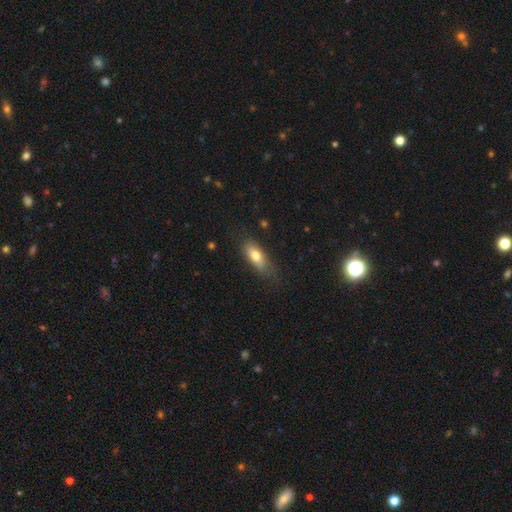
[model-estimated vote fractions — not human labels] A smooth galaxy with no disk features (74%) that is in between round and cigar-shaped (75%).

Vote fractions:
- Smooth or featured? smooth: 74% / featured or disk: 20% / star or artifact: 7%
- How rounded? in between: 75% / cigar-shaped: 22% / round: 3%
- Merging? none: 68% / minor disturbance: 23% / major disturbance: 8% / merger: 2%